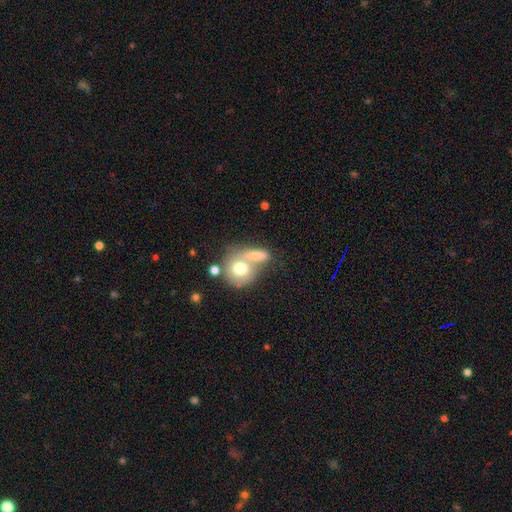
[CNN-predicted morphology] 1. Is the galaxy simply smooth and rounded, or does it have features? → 68% smooth, 24% featured or disk, 8% star or artifact.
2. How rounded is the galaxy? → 50% round, 43% in between, 7% cigar-shaped.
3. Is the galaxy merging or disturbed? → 59% merger, 25% none, 9% minor disturbance, 6% major disturbance.